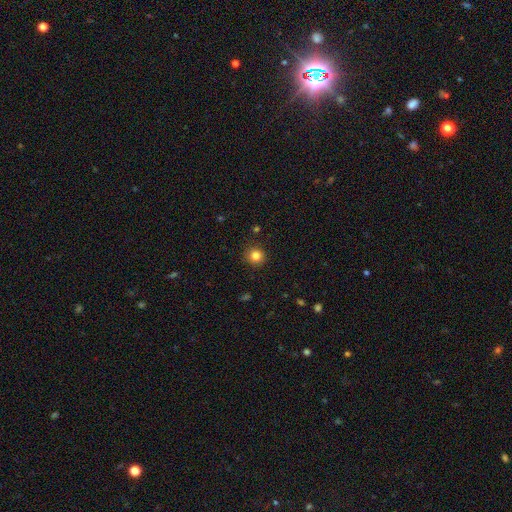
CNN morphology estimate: smooth-or-featured: smooth: 82% | star or artifact: 12% | featured or disk: 5%
  how-rounded: round: 93% | in between: 6% | cigar-shaped: 1%
  merging: none: 91% | minor disturbance: 6% | major disturbance: 2% | merger: 1%